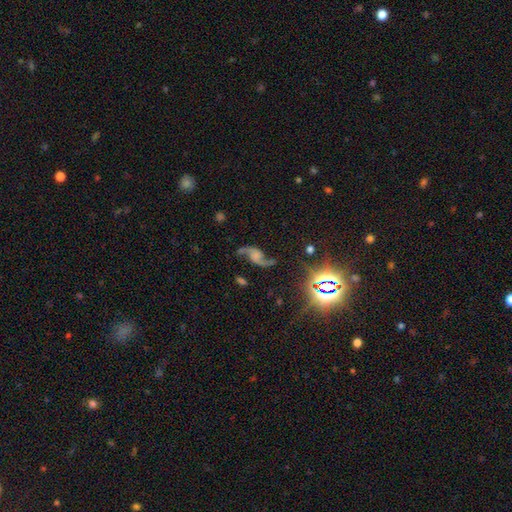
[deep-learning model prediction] A featured or disk galaxy (83%) with no bar (64%), 2 (93%) loose (88%) spiral arms (96%) and no central bulge (55%).

Vote fractions:
- Smooth or featured? featured or disk: 83% / star or artifact: 10% / smooth: 7%
- Edge-on disk? no: 96% / yes: 4%
- Bar? no: 64% / weak: 27% / strong: 9%
- Spiral arms? yes: 96% / no: 4%
- Spiral winding? loose: 88% / medium: 10% / tight: 2%
- Spiral arm count? 2: 93% / 1: 2% / can't tell: 1% / 3: 1% / 4: 1% / more than 4: 1%
- Bulge size? none: 55% / small: 18% / moderate: 15% / large: 9% / dominant: 3%
- Merging? none: 71% / minor disturbance: 16% / major disturbance: 10% / merger: 4%